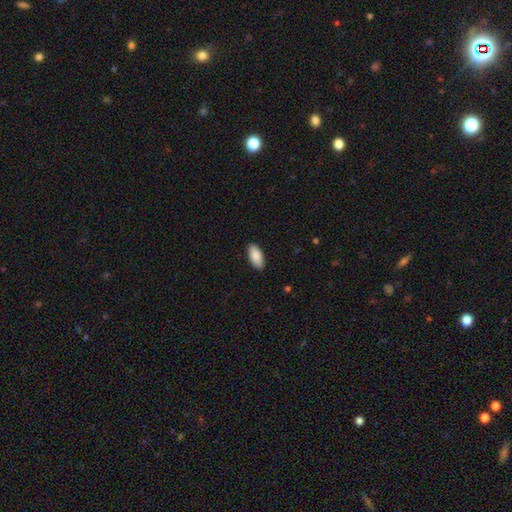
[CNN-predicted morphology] Q: Smooth or featured?
A: smooth (89%); runner-up: star or artifact (6%)
Q: How rounded?
A: in between (92%); runner-up: cigar-shaped (6%)
Q: Merging?
A: none (89%); runner-up: minor disturbance (8%)